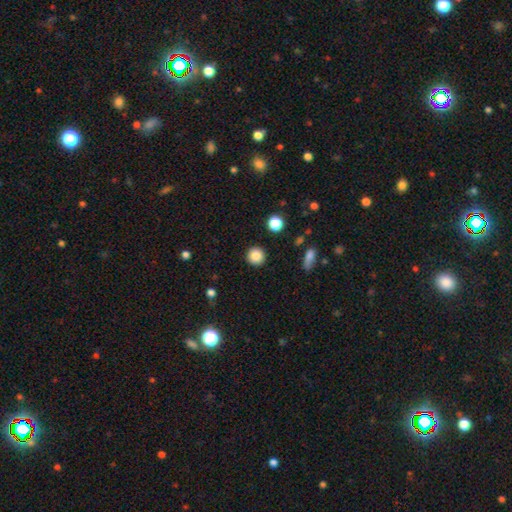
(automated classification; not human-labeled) This is clearly a smooth galaxy (86%). How rounded: clearly round (94%). Merging: clearly none (92%).